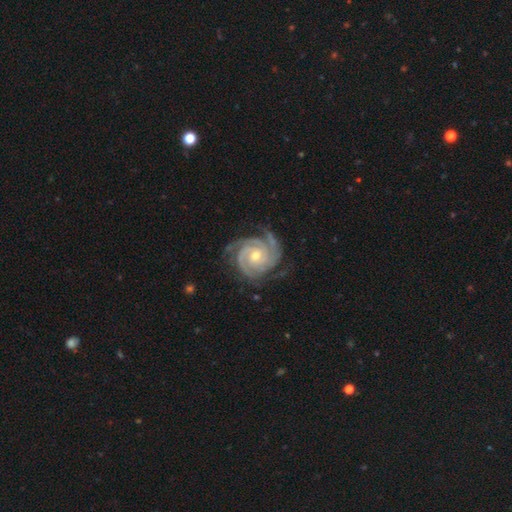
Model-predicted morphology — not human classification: Overall: featured or disk (94%). Edge-on disk: no (98%). Bar: no (69%). Spiral arms: yes (99%). Spiral arm count: 3 (50%; 2 17%). Spiral winding: tight (79%). Bulge size: moderate (54%; small 43%). Merging: none (76%).